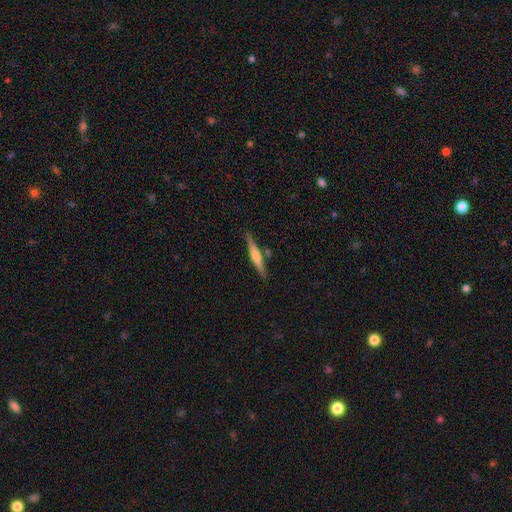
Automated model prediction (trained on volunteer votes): A featured or disk galaxy (55%) viewed edge-on (97%) with a rounded central bulge (58%).

Vote fractions:
- Smooth or featured? featured or disk: 55% / smooth: 40% / star or artifact: 6%
- Edge-on disk? yes: 97% / no: 3%
- Edge-on bulge? rounded: 58% / none: 22% / boxy: 19%
- Merging? none: 85% / minor disturbance: 9% / merger: 4% / major disturbance: 2%